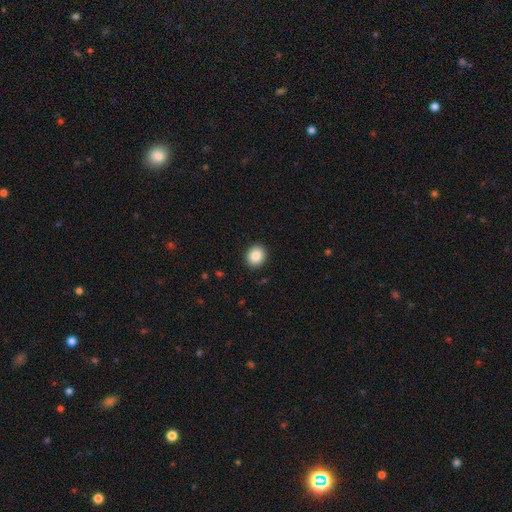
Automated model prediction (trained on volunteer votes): A smooth galaxy with no disk features (87%) that is round (69%).

Vote fractions:
- Smooth or featured? smooth: 87% / star or artifact: 8% / featured or disk: 5%
- How rounded? round: 69% / in between: 30% / cigar-shaped: 1%
- Merging? none: 91% / minor disturbance: 6% / major disturbance: 2% / merger: 1%